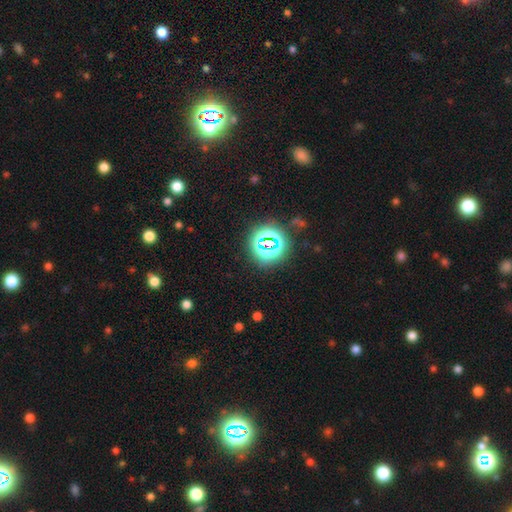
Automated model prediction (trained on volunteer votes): smooth-or-featured: star or artifact: 77% | smooth: 15% | featured or disk: 8%